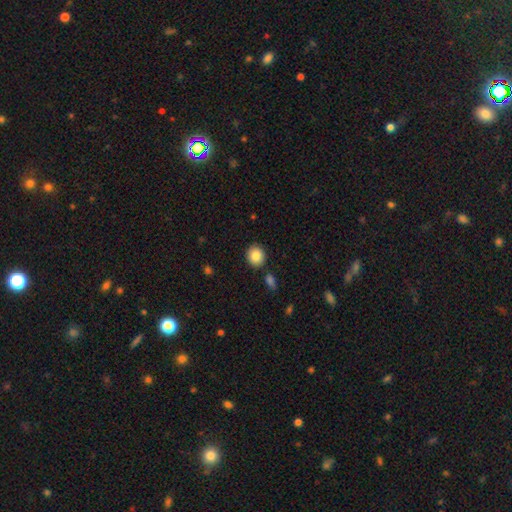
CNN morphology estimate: This appears to be a smooth galaxy with no disk features (87%) that is round (79%). Merging: none (86%).